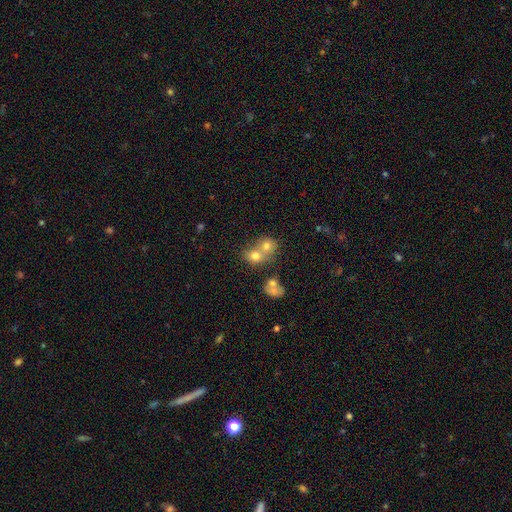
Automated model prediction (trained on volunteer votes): smooth_or_featured: smooth (p=0.72) [alt: featured or disk p=0.15]
how_rounded: round (p=0.68) [alt: in between p=0.31]
merging: merger (p=0.61) [alt: none p=0.30]